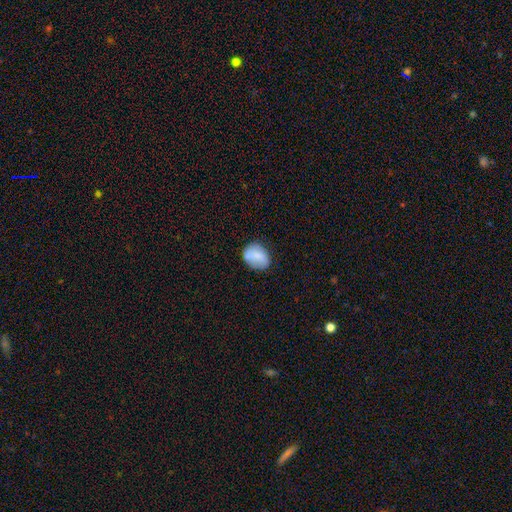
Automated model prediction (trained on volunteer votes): Smooth or featured? Predicted: smooth (p=0.77). How rounded? Predicted: in between (p=0.56). Merging? Predicted: none (p=0.67).